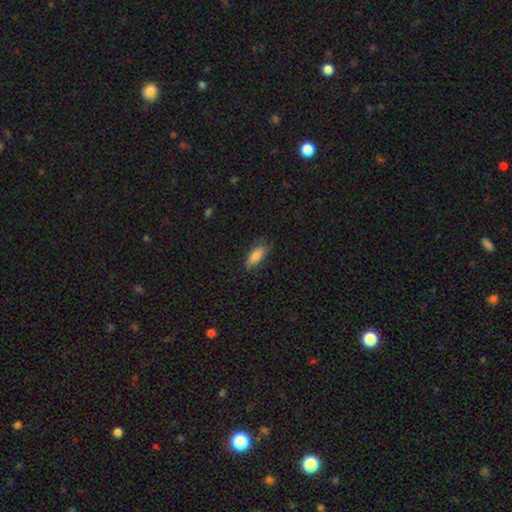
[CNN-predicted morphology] Overall: smooth (84%). How rounded: in between (68%; cigar-shaped 30%). Merging: none (78%).